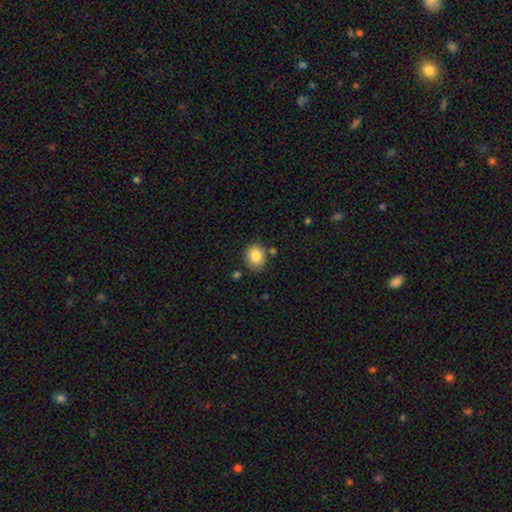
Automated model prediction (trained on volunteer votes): Q: Smooth or featured?
A: smooth (82%); runner-up: star or artifact (9%)
Q: How rounded?
A: round (67%); runner-up: in between (32%)
Q: Merging?
A: none (81%); runner-up: minor disturbance (11%)